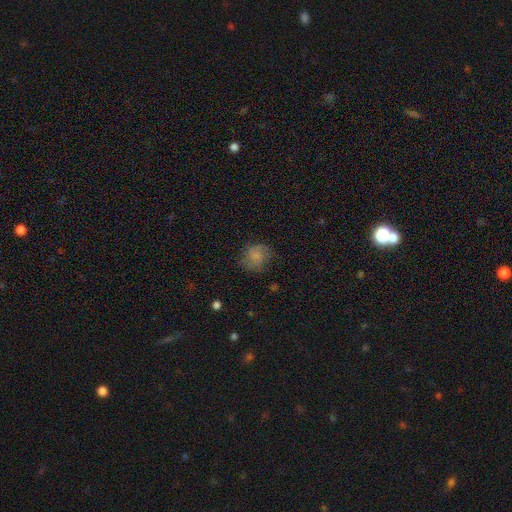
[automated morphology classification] Smooth or featured: smooth — 64% (featured or disk — 26%)
How rounded: round — 73% (in between — 26%)
Merging: none — 68% (minor disturbance — 21%)